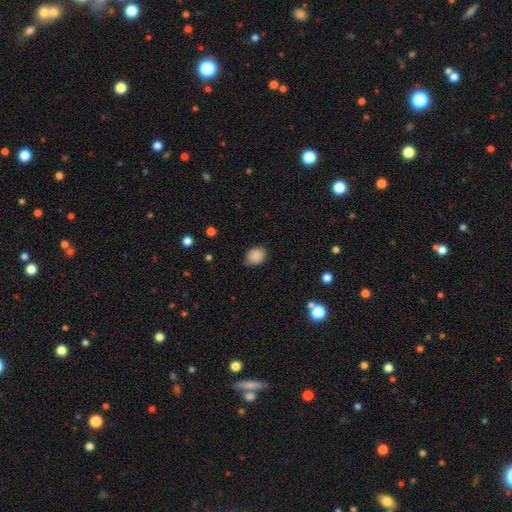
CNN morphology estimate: This appears to be a smooth galaxy with no disk features (87%) that is in between round and cigar-shaped (50%). Merging: none (72%).